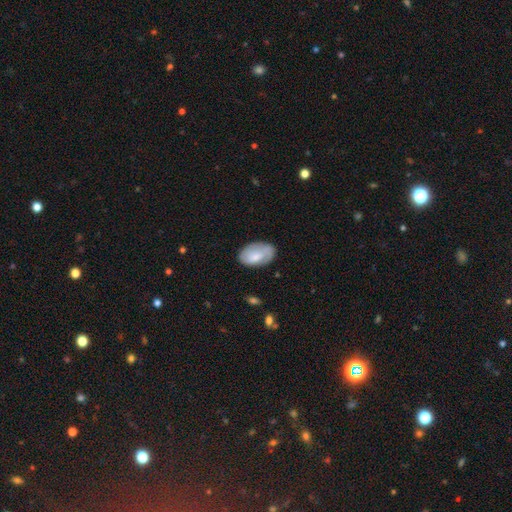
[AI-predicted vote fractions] smooth_or_featured: smooth (p=0.64) [alt: featured or disk p=0.30]
how_rounded: in between (p=0.92) [alt: round p=0.06]
merging: none (p=0.70) [alt: minor disturbance p=0.22]